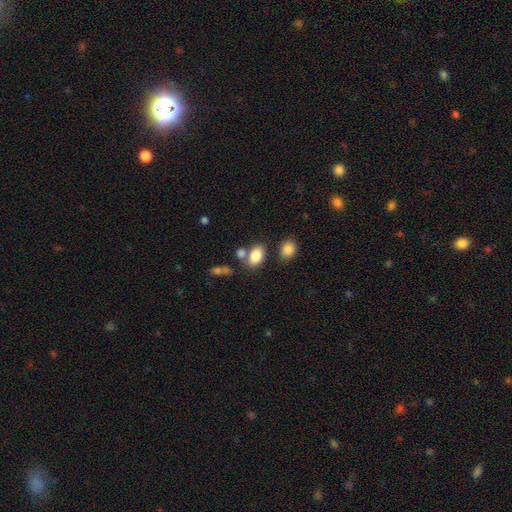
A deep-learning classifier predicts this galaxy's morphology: smooth-or-featured: smooth: 83% | star or artifact: 9% | featured or disk: 8%
  how-rounded: in between: 81% | round: 17% | cigar-shaped: 1%
  merging: none: 60% | merger: 23% | minor disturbance: 13% | major disturbance: 5%